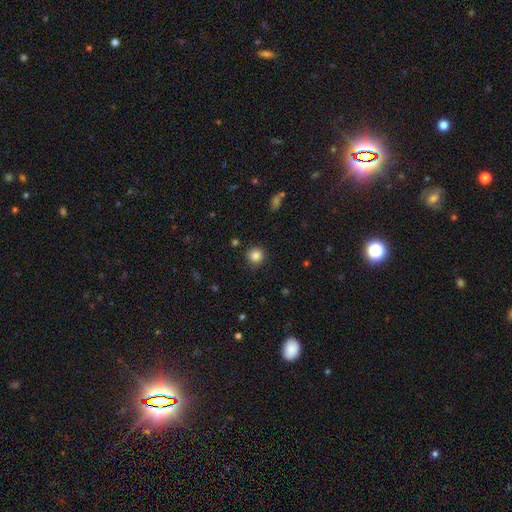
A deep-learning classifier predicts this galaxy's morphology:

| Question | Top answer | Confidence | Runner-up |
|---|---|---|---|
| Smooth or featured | smooth | 85% | star or artifact (11%) |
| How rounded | round | 94% | in between (5%) |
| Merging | none | 89% | minor disturbance (7%) |